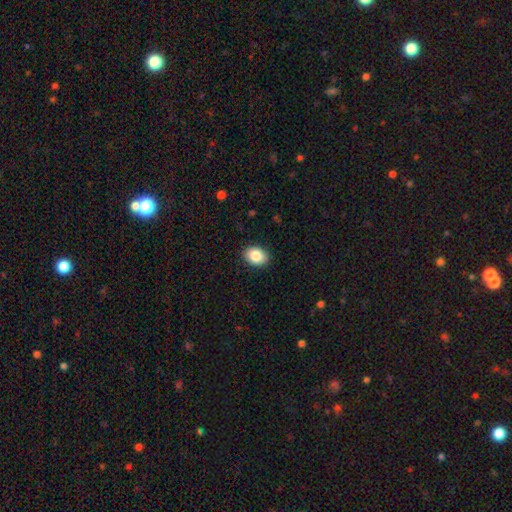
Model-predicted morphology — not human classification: Smooth or featured?
  - smooth: 86% *
  - star or artifact: 8%
  - featured or disk: 6%
How rounded?
  - in between: 70% *
  - round: 29%
  - cigar-shaped: 1%
Merging?
  - none: 89% *
  - minor disturbance: 8%
  - major disturbance: 2%
  - merger: 1%